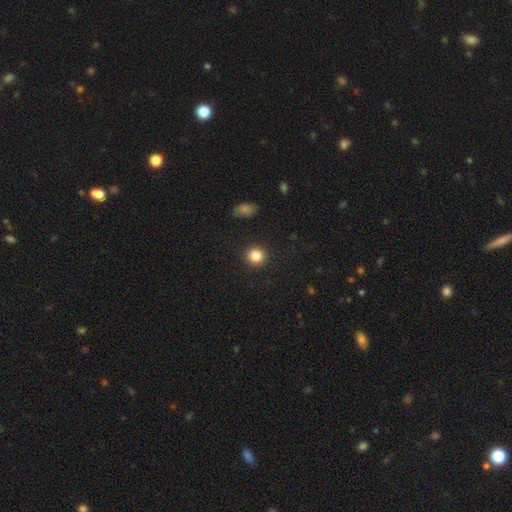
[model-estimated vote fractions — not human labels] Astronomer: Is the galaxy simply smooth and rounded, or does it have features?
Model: smooth — 85%.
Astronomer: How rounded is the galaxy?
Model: round — 91%.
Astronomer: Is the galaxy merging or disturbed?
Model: none — 92%.